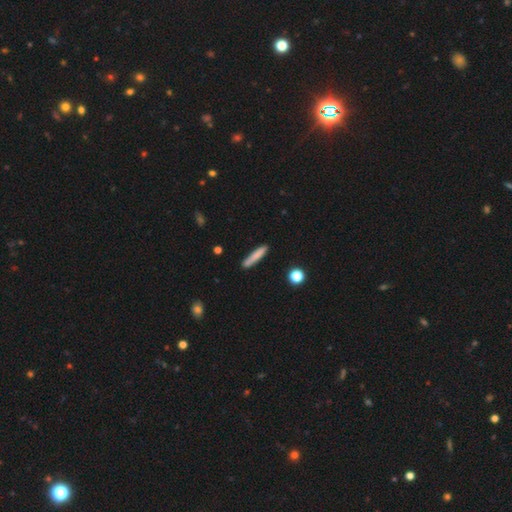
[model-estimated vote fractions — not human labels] Morphology: type=smooth (79%); roundness=cigar-shaped (92%); merging=none (83%).